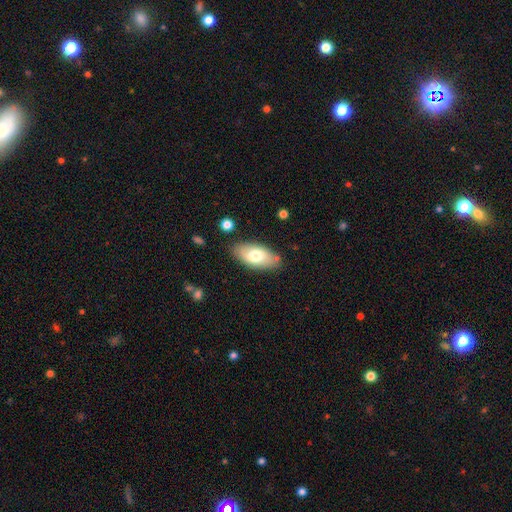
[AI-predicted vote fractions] Morphology: type=smooth (72%); roundness=in between (91%); merging=none (82%).